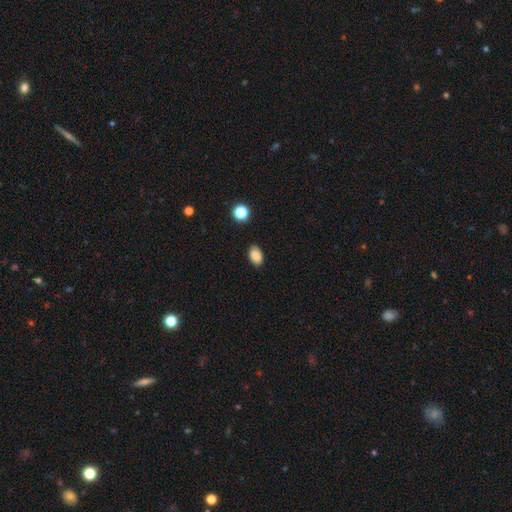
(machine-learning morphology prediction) Overall: smooth (86%). How rounded: in between (88%). Merging: none (86%).